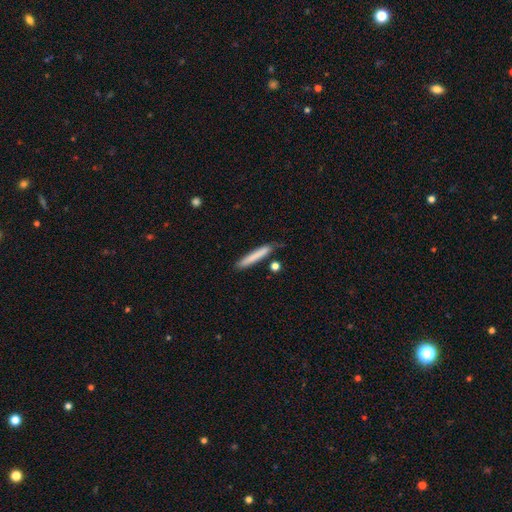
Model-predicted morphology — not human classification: A smooth galaxy with no disk features (77%) that is cigar-shaped (95%).

Vote fractions:
- Smooth or featured? smooth: 77% / featured or disk: 17% / star or artifact: 6%
- How rounded? cigar-shaped: 95% / in between: 4% / round: 1%
- Merging? none: 78% / minor disturbance: 15% / merger: 4% / major disturbance: 3%